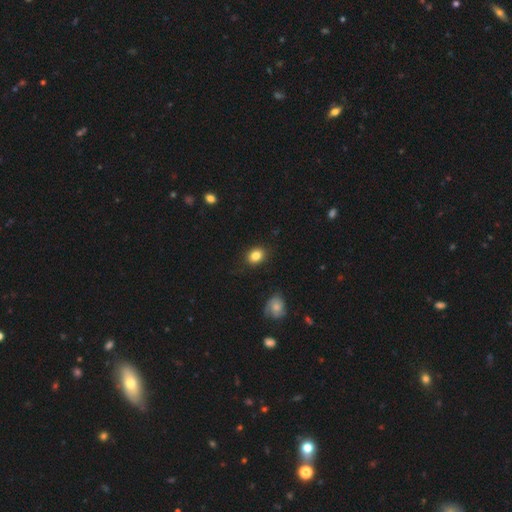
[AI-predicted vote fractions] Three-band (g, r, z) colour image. It shows a smooth galaxy with no disk features (84%) that is in between round and cigar-shaped (58%). Merging: none (84%).